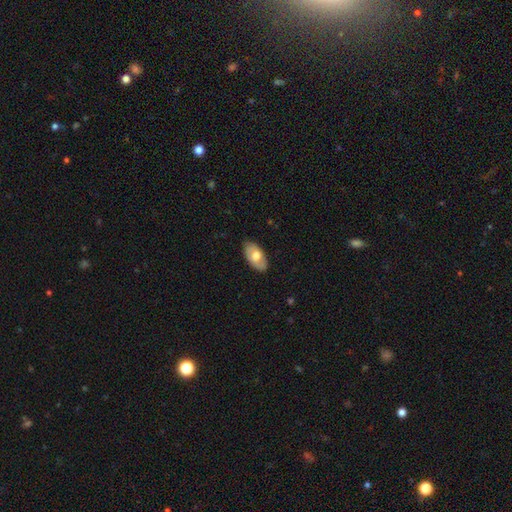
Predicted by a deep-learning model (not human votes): smooth-or-featured: smooth: 61% | featured or disk: 33% | star or artifact: 6%
  how-rounded: in between: 94% | round: 4% | cigar-shaped: 2%
  merging: none: 83% | minor disturbance: 14% | major disturbance: 3% | merger: 1%